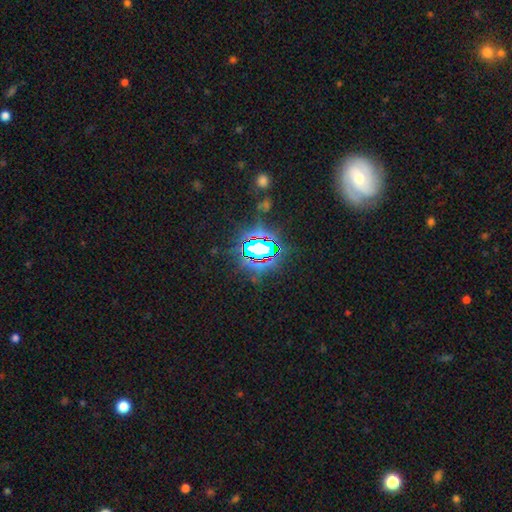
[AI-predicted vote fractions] Smooth or featured?
  - star or artifact: 77% *
  - smooth: 12%
  - featured or disk: 11%